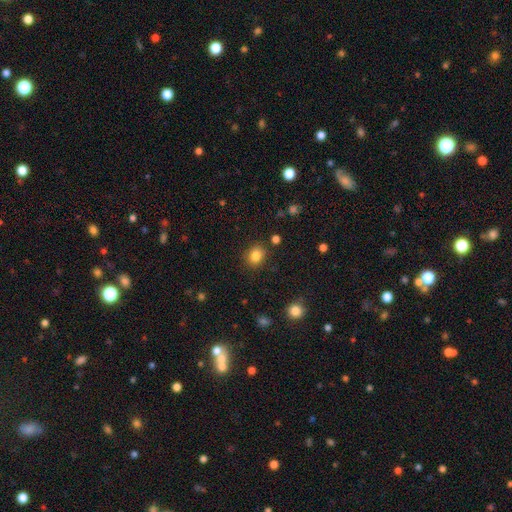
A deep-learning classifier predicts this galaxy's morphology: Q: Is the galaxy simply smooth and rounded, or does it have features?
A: smooth — 84%.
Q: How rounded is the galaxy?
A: round — 60%.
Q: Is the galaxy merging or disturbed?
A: none — 85%.